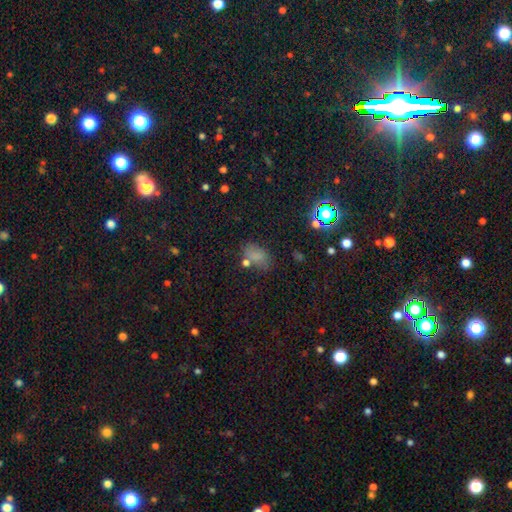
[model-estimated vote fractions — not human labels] Smooth or featured?
  - smooth: 69% *
  - star or artifact: 23%
  - featured or disk: 8%
How rounded?
  - in between: 86% *
  - round: 12%
  - cigar-shaped: 2%
Merging?
  - none: 66% *
  - minor disturbance: 18%
  - merger: 10%
  - major disturbance: 7%